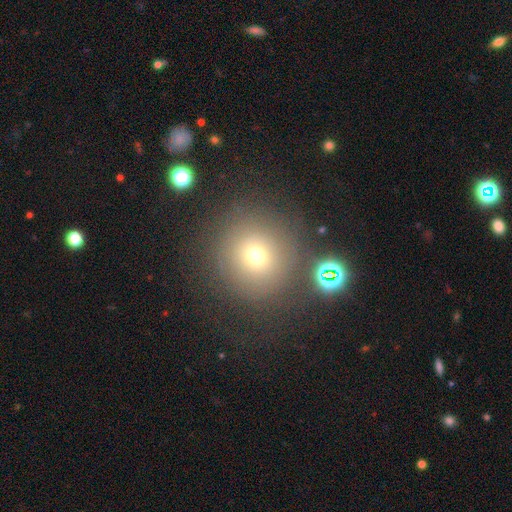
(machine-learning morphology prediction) Smooth or featured? Predicted: smooth (p=0.68). How rounded? Predicted: round (p=0.94). Merging? Predicted: none (p=0.78).